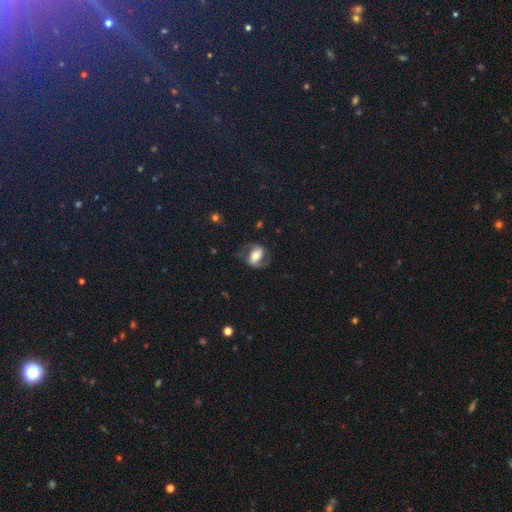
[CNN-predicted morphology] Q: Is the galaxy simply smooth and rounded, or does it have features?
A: featured or disk — 64%.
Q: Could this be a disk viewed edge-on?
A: no — 96%.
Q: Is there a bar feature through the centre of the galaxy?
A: strong — 40%.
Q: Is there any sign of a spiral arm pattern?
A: yes — 88%.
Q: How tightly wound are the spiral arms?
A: medium — 49%.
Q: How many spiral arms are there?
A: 2 — 90%.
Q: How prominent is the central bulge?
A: moderate — 49%.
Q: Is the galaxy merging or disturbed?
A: none — 67%.